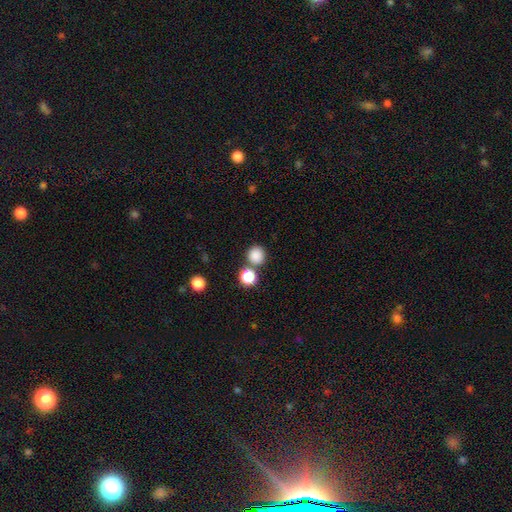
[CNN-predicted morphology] smooth-or-featured: smooth: 83% | star or artifact: 12% | featured or disk: 4%
  how-rounded: round: 91% | in between: 8% | cigar-shaped: 1%
  merging: none: 73% | merger: 17% | minor disturbance: 7% | major disturbance: 3%